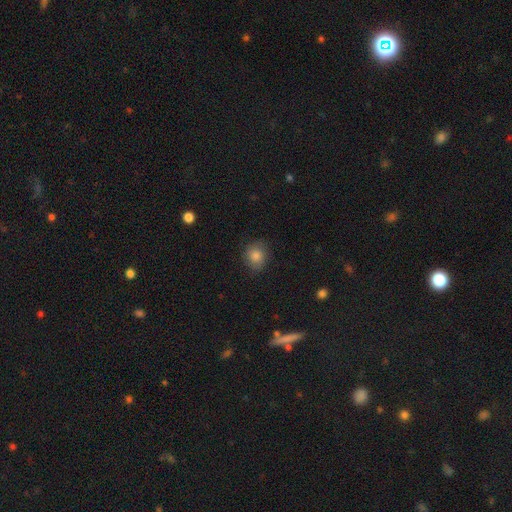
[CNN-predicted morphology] A smooth galaxy with no disk features (80%) that is round (74%).

Vote fractions:
- Smooth or featured? smooth: 80% / star or artifact: 10% / featured or disk: 10%
- How rounded? round: 74% / in between: 25% / cigar-shaped: 1%
- Merging? none: 80% / minor disturbance: 15% / major disturbance: 4% / merger: 1%